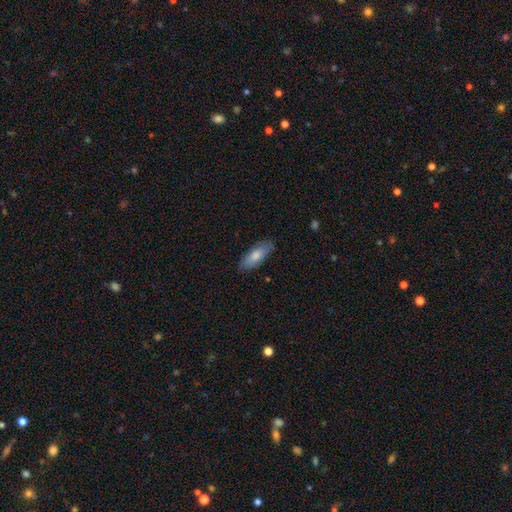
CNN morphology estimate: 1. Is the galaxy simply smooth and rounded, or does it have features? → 77% smooth, 18% featured or disk, 6% star or artifact.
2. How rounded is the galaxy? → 77% in between, 21% cigar-shaped, 2% round.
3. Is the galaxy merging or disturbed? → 83% none, 13% minor disturbance, 3% major disturbance, 1% merger.